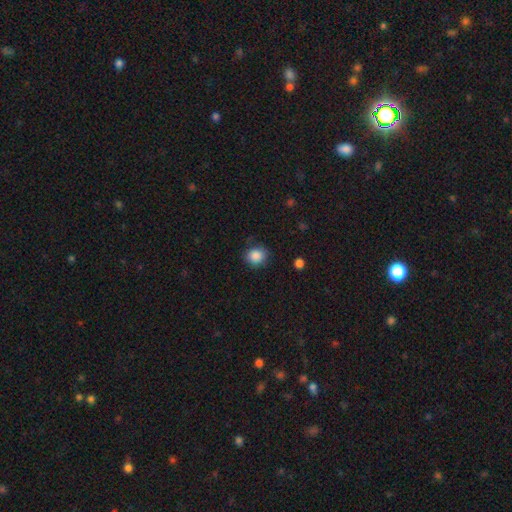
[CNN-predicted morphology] This is clearly a smooth galaxy (87%). How rounded: clearly round (82%). Merging: clearly none (82%).